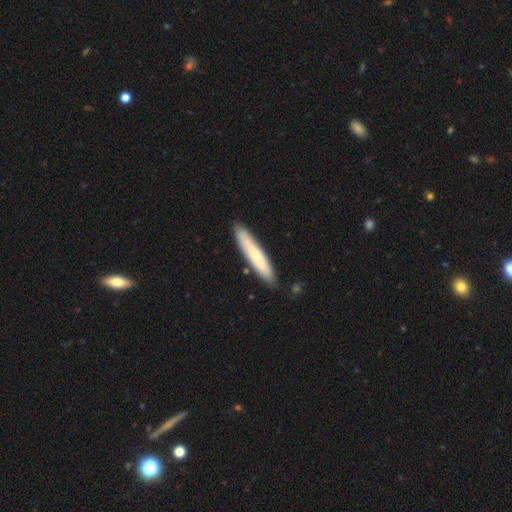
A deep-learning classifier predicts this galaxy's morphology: The model was most divided on "smooth or featured": smooth: 64%, featured or disk: 30%, star or artifact: 5%. More confident: how rounded — cigar-shaped (91%); merging — none (85%).